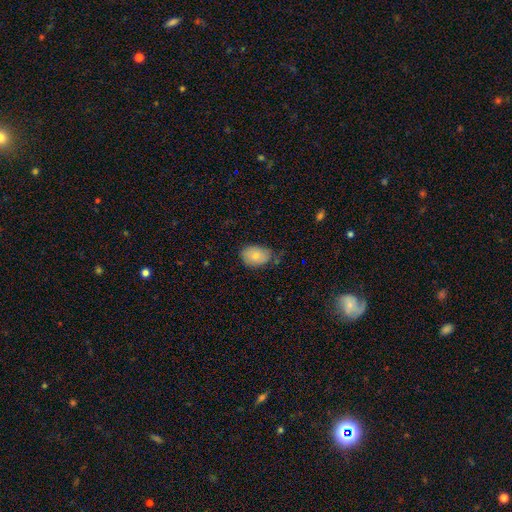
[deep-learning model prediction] Morphology: type=smooth (82%); roundness=in between (80%); merging=none (63%).